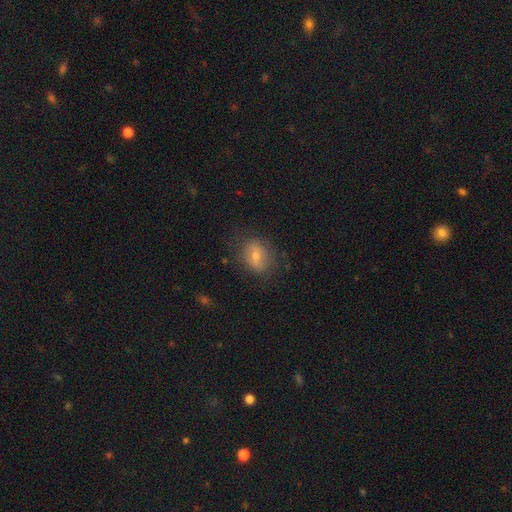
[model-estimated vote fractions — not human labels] smooth 61%, featured or disk 29%, star or artifact 10%. Down the decision tree: how rounded — in between (52%); merging — none (72%).